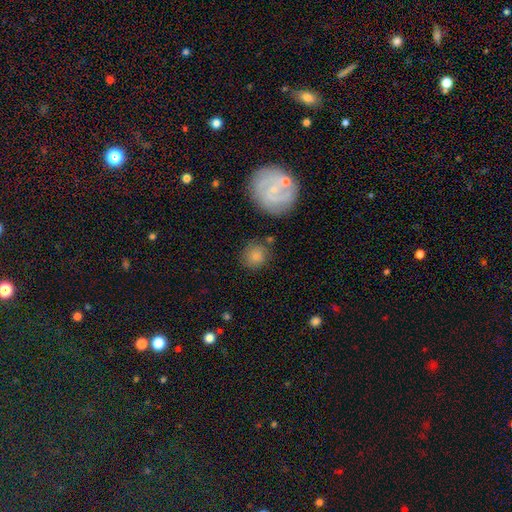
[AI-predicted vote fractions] This is likely a smooth galaxy (75%). How rounded: clearly round (82%). Merging: likely none (74%).